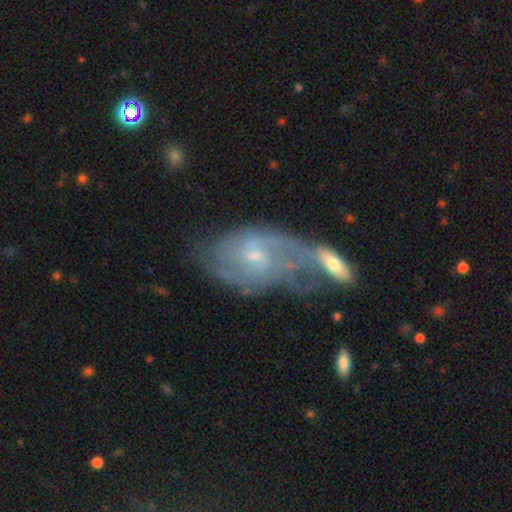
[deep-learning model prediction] smooth_or_featured: featured or disk (p=0.70) [alt: star or artifact p=0.16]
disk_edge_on: no (p=0.95) [alt: yes p=0.05]
bar: no (p=0.63) [alt: weak p=0.29]
has_spiral_arms: yes (p=0.86) [alt: no p=0.14]
spiral_winding: tight (p=0.52) [alt: medium p=0.32]
spiral_arm_count: can't tell (p=0.35) [tied with: 2 p=0.35]
bulge_size: small (p=0.57) [alt: moderate p=0.36]
merging: none (p=0.46) [alt: merger p=0.22]